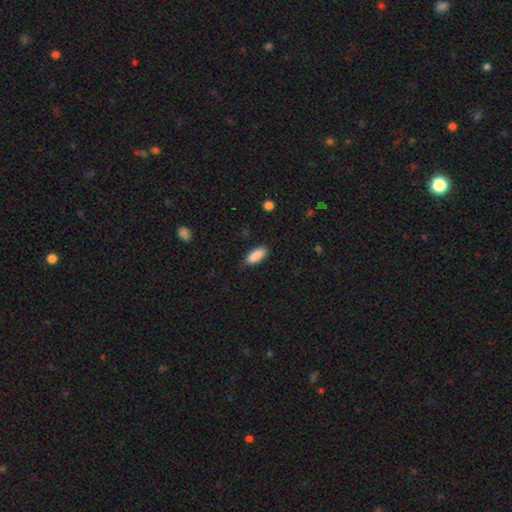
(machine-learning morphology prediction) This appears to be a smooth galaxy with no disk features (89%) that is in between round and cigar-shaped (85%). Merging: none (81%).